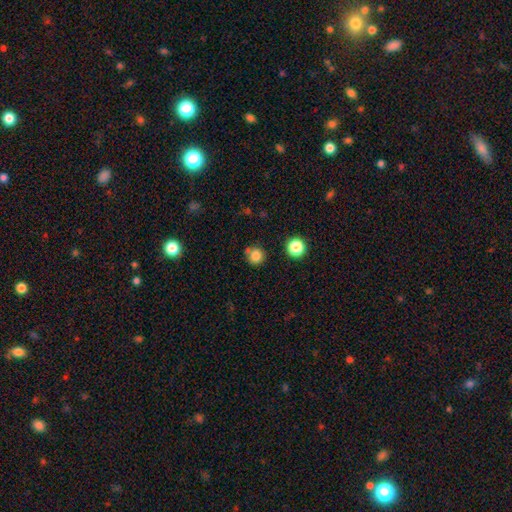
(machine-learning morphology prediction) Smooth or featured?
  - smooth: 81% *
  - star or artifact: 13%
  - featured or disk: 6%
How rounded?
  - round: 93% *
  - in between: 6%
  - cigar-shaped: 1%
Merging?
  - none: 75% *
  - minor disturbance: 11%
  - merger: 10%
  - major disturbance: 3%